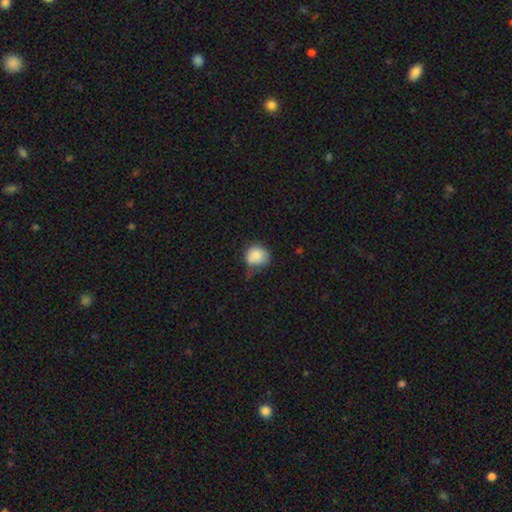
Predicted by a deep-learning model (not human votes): This is clearly a smooth galaxy (85%). How rounded: likely round (73%). Merging: possibly none (46%).